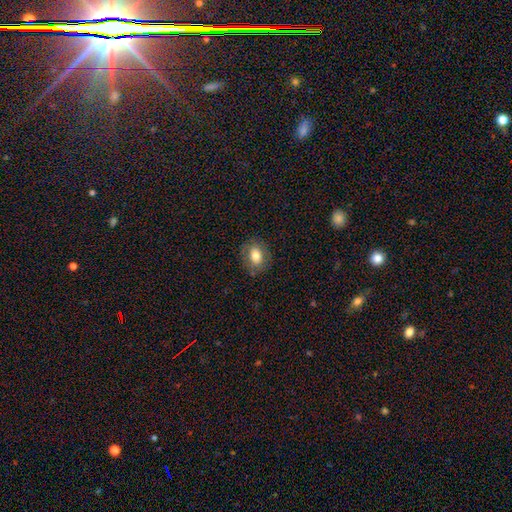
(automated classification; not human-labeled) Morphology: type=smooth (76%); roundness=in between (64%); merging=none (82%).